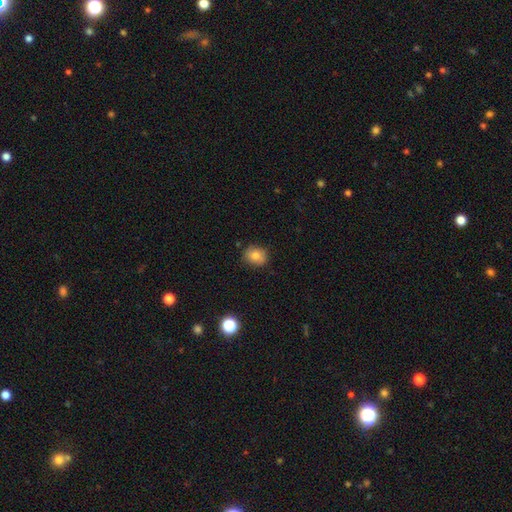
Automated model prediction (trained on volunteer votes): Q: Smooth or featured?
A: smooth (81%); runner-up: star or artifact (10%)
Q: How rounded?
A: round (68%); runner-up: in between (31%)
Q: Merging?
A: none (80%); runner-up: minor disturbance (16%)